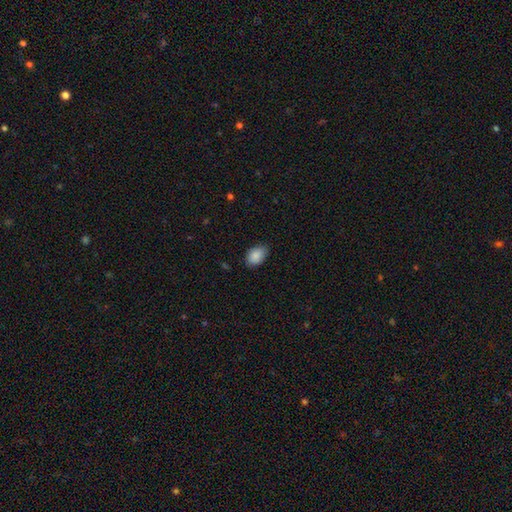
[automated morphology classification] type=smooth (88%); roundness=in between (86%); merging=none (76%).